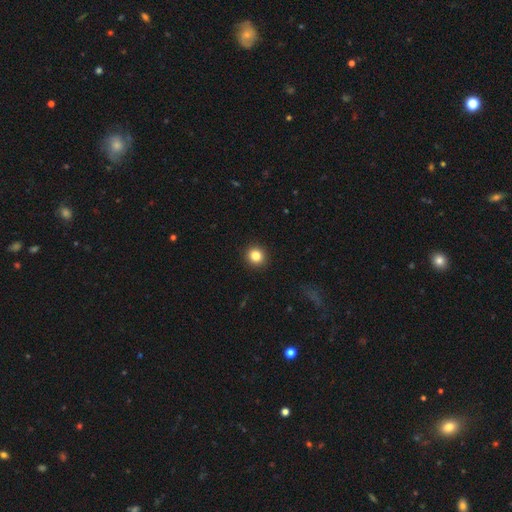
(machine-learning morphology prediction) Smooth or featured? smooth (84%)
How rounded? round (92%)
Merging? none (93%)